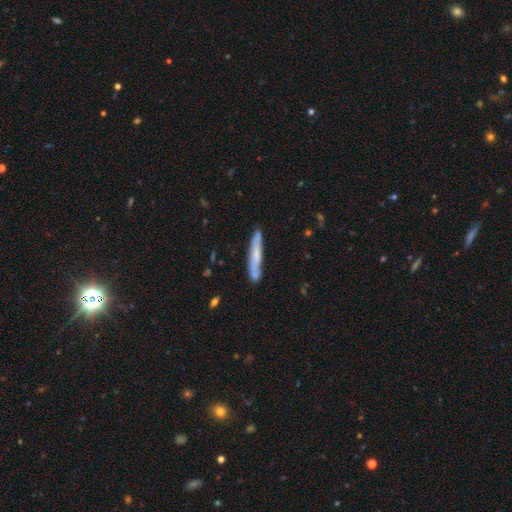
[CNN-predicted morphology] This appears to be a smooth galaxy with no disk features (55%) that is cigar-shaped (94%). Merging: none (82%).